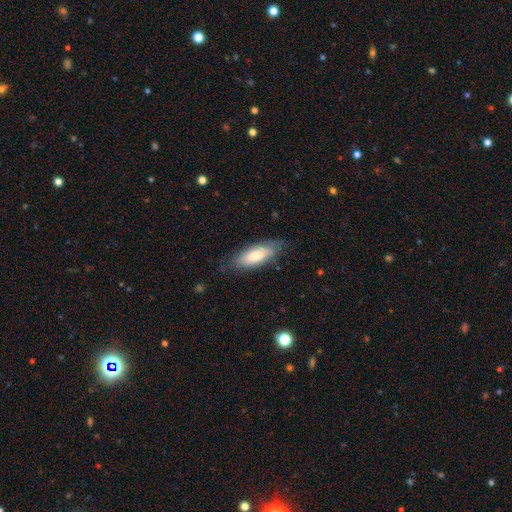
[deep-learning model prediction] Overall: smooth (77%). How rounded: in between (73%). Merging: none (77%).